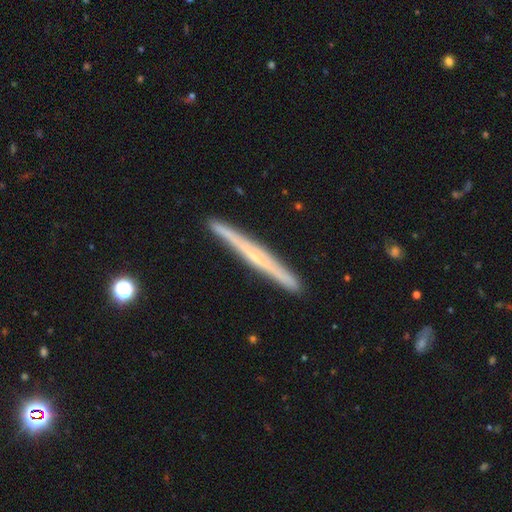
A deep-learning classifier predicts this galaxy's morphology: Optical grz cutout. It shows a featured or disk galaxy (68%) viewed edge-on (97%) with no central bulge (51%). Merging: none (91%).